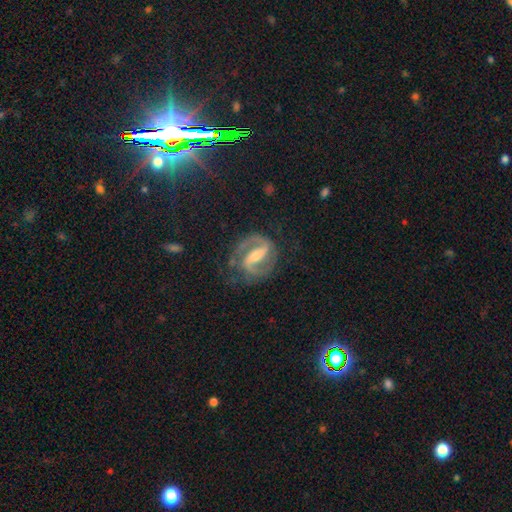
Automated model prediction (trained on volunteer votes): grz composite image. It shows a featured or disk galaxy (90%) with a strong bar (59%), 2 (92%) medium (57%) spiral arms (97%) and a moderate central bulge (45%). Merging: none (75%).